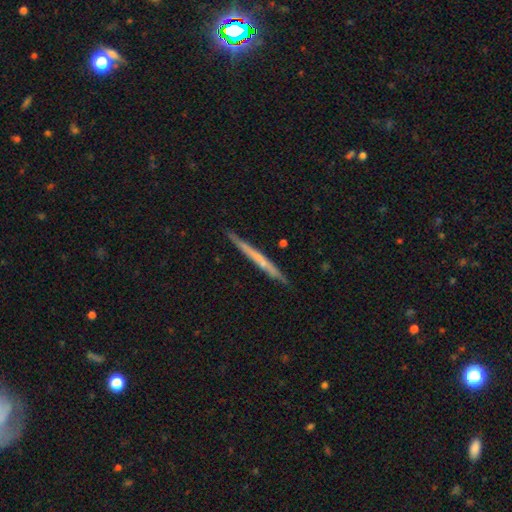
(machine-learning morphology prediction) Smooth or featured? Predicted: featured or disk (p=0.53). Edge-on disk? Predicted: yes (p=0.96). Edge-on bulge? Predicted: none (p=0.83). Merging? Predicted: none (p=0.88).